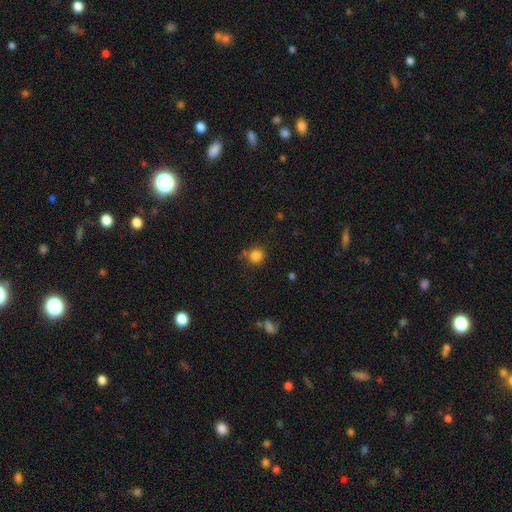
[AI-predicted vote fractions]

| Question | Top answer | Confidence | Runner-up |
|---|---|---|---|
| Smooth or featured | smooth | 84% | star or artifact (12%) |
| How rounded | round | 87% | in between (12%) |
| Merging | none | 77% | minor disturbance (12%) |